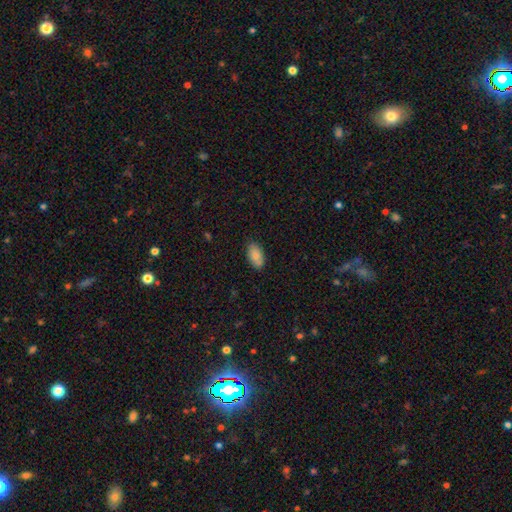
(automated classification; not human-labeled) Smooth or featured? Predicted: smooth (p=0.85). How rounded? Predicted: in between (p=0.94). Merging? Predicted: none (p=0.83).